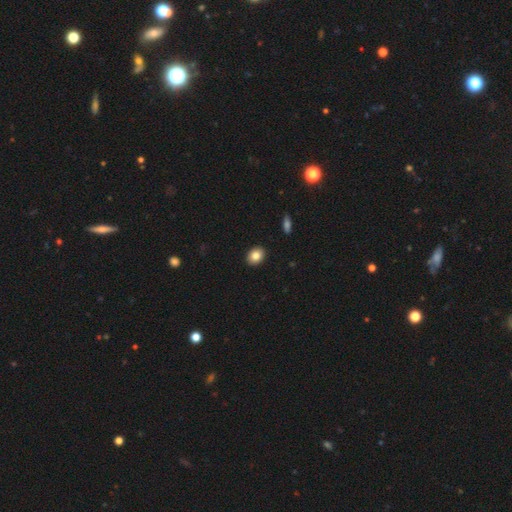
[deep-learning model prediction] Smooth or featured? smooth (84%)
How rounded? in between (62%)
Merging? none (91%)